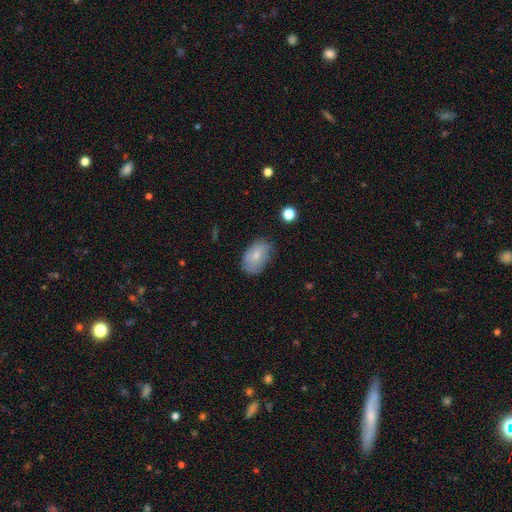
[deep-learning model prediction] Overall: smooth (67%). How rounded: in between (88%). Merging: none (66%).